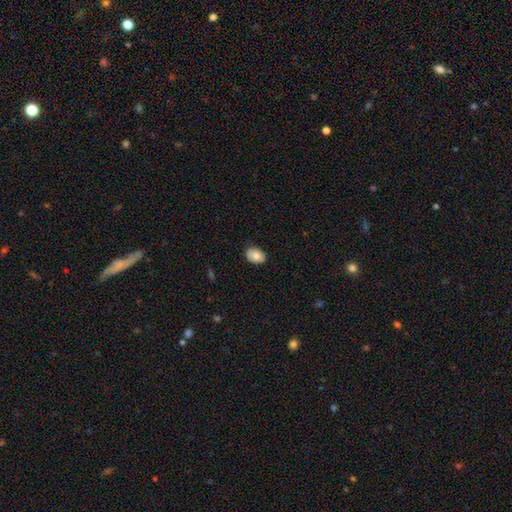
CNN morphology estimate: Smooth or featured? Predicted: smooth (p=0.75). How rounded? Predicted: in between (p=0.78). Merging? Predicted: none (p=0.83).